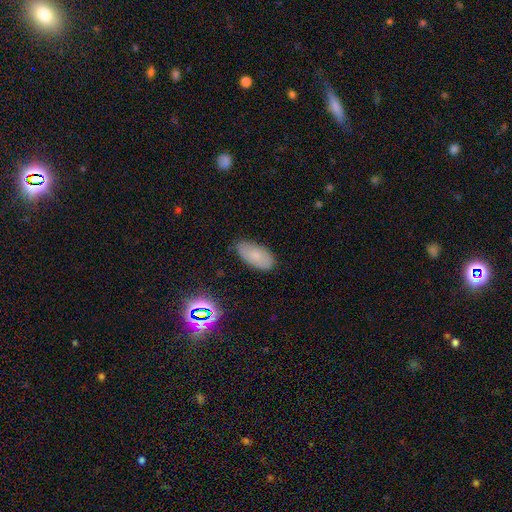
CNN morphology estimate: smooth-or-featured: smooth: 74% | featured or disk: 15% | star or artifact: 11%
  how-rounded: in between: 93% | cigar-shaped: 4% | round: 3%
  merging: none: 79% | minor disturbance: 16% | major disturbance: 3% | merger: 1%